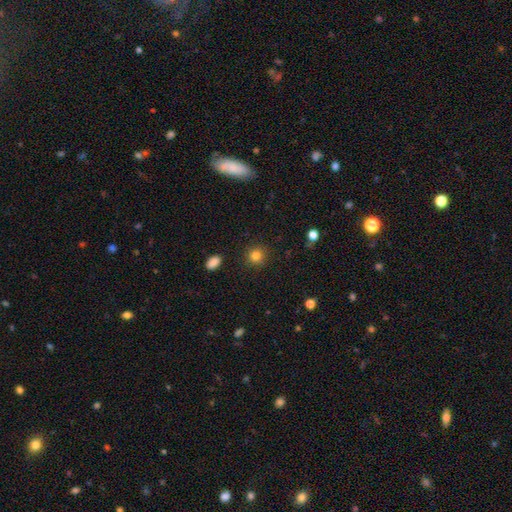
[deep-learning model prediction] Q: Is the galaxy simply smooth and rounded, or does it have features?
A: smooth — 83%.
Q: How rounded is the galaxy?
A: round — 90%.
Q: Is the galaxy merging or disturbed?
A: none — 90%.